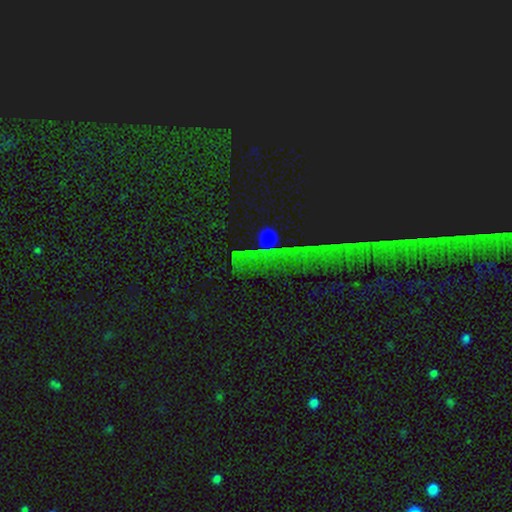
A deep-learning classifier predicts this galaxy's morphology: This is clearly a star or artifact rather than a galaxy (85%).